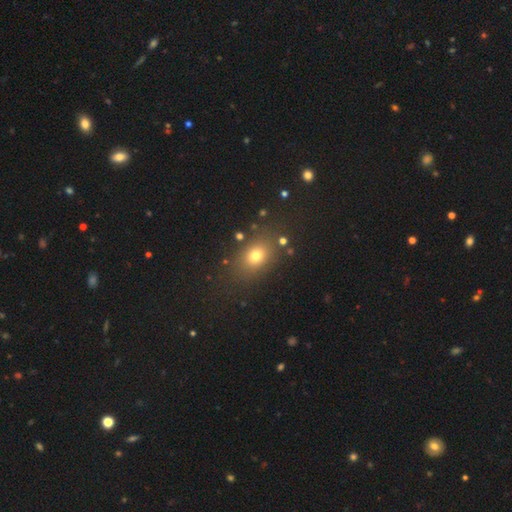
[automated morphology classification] smooth-or-featured: smooth: 73% | star or artifact: 16% | featured or disk: 11%
  how-rounded: in between: 61% | round: 37% | cigar-shaped: 2%
  merging: none: 81% | minor disturbance: 11% | major disturbance: 5% | merger: 3%